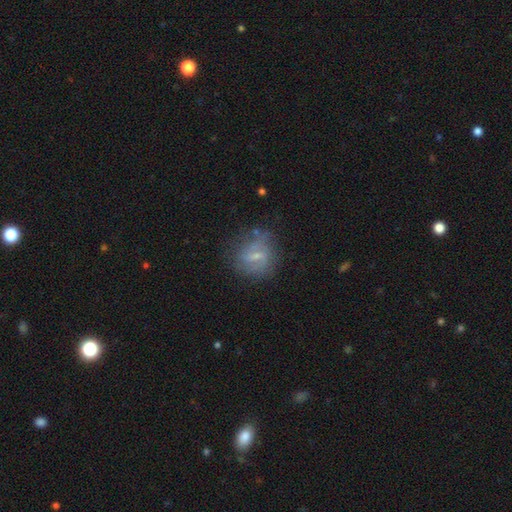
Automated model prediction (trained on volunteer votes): This is possibly a featured or disk galaxy (58%). It is clearly not viewed edge-on (94%). Bar: possibly weak (54%). Spiral arm pattern: likely yes (62%). Central bulge: likely small (64%). Merging: likely none (66%).